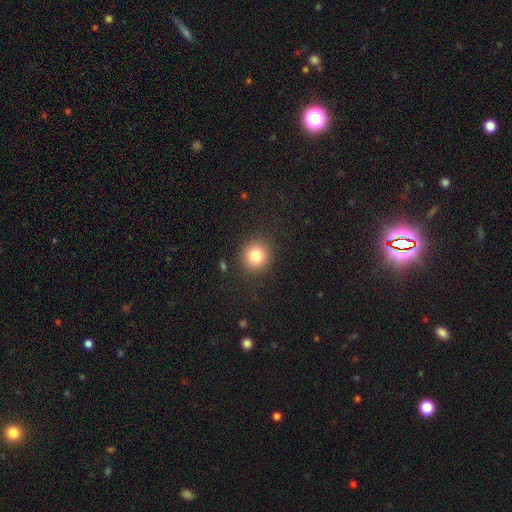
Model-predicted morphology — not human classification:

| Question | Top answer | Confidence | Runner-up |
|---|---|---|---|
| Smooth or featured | smooth | 81% | star or artifact (11%) |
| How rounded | round | 91% | in between (8%) |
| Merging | none | 89% | minor disturbance (7%) |